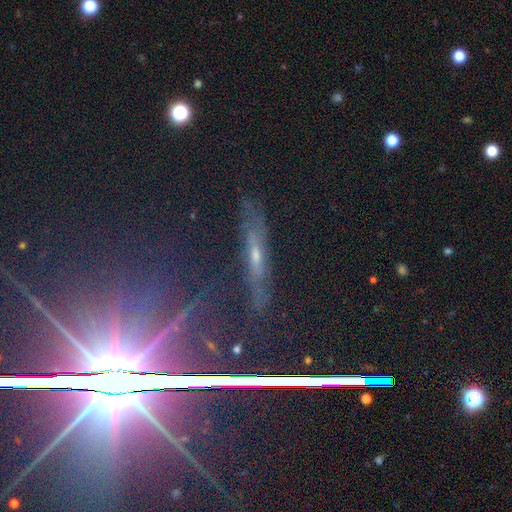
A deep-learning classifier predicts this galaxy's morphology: A featured or disk galaxy (51%) viewed edge-on (80%).

Vote fractions:
- Smooth or featured? featured or disk: 51% / star or artifact: 27% / smooth: 22%
- Edge-on disk? yes: 80% / no: 20%
- Merging? none: 76% / minor disturbance: 16% / major disturbance: 5% / merger: 3%